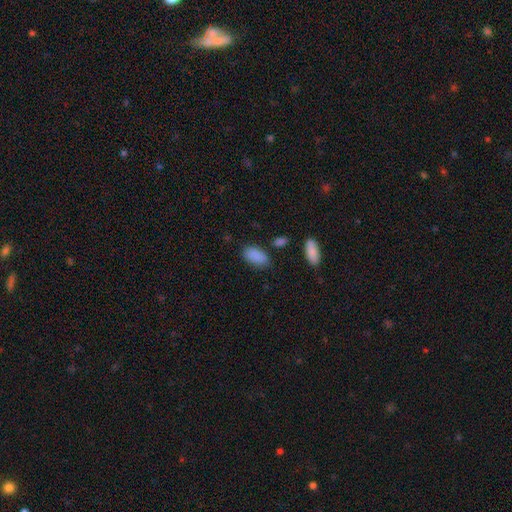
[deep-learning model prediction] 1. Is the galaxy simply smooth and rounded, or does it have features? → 88% smooth, 8% star or artifact, 4% featured or disk.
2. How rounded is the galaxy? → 93% in between, 4% cigar-shaped, 3% round.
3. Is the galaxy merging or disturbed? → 78% none, 14% minor disturbance, 4% major disturbance, 4% merger.